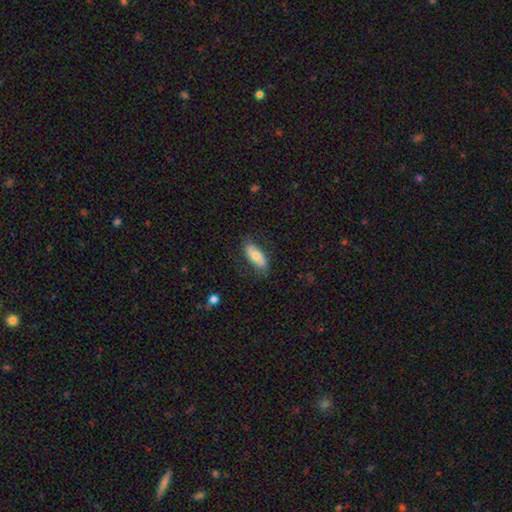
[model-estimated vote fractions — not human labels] Overall: smooth (65%; featured or disk 29%). How rounded: in between (79%). Merging: none (72%).